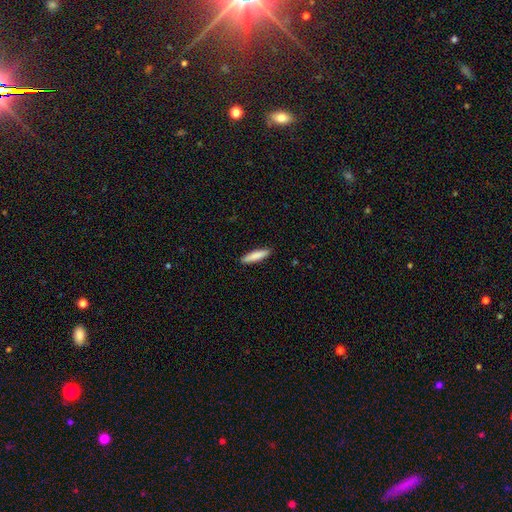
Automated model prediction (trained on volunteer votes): A smooth galaxy with no disk features (85%) that is cigar-shaped (82%).

Vote fractions:
- Smooth or featured? smooth: 85% / featured or disk: 9% / star or artifact: 5%
- How rounded? cigar-shaped: 82% / in between: 17% / round: 1%
- Merging? none: 91% / minor disturbance: 7% / major disturbance: 1% / merger: 1%